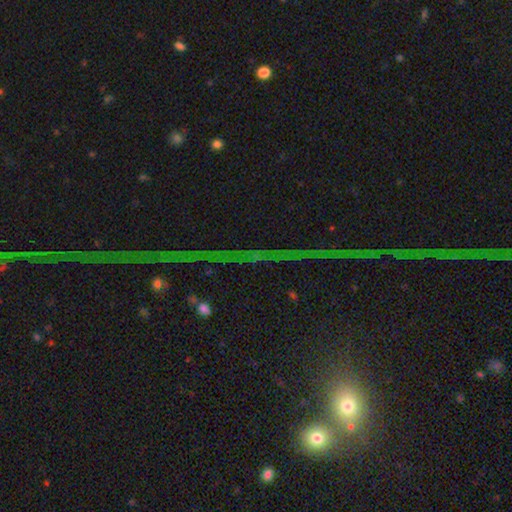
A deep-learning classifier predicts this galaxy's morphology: Smooth or featured: star or artifact — 67% (smooth — 18%)